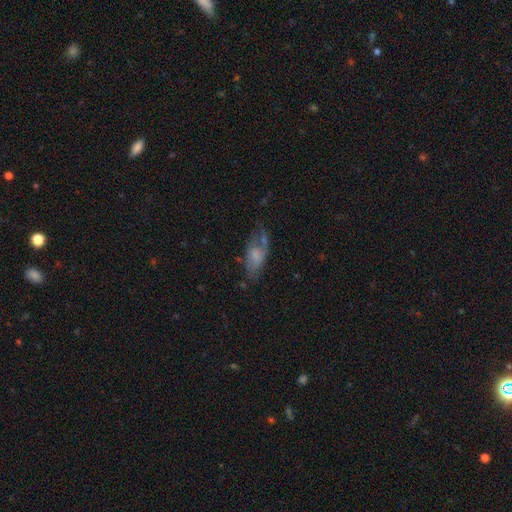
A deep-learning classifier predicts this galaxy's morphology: Smooth or featured?
  - smooth: 54% *
  - featured or disk: 38%
  - star or artifact: 8%
How rounded?
  - in between: 83% *
  - cigar-shaped: 14%
  - round: 3%
Merging?
  - none: 41% *
  - minor disturbance: 28%
  - major disturbance: 21%
  - merger: 9%